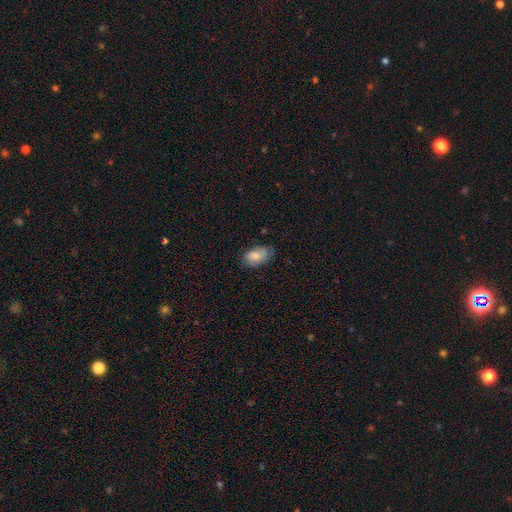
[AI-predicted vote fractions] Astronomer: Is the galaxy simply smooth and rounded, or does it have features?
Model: smooth — 76%.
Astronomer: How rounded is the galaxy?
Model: in between — 91%.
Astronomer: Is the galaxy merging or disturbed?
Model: none — 61%.